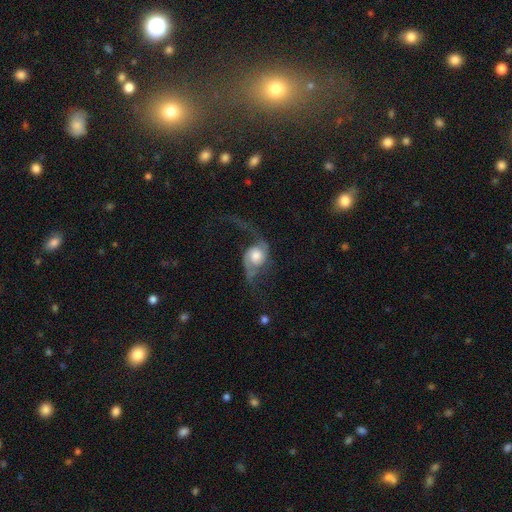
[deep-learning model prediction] smooth_or_featured: featured or disk (p=0.80) [alt: smooth p=0.14]
disk_edge_on: no (p=0.96) [alt: yes p=0.04]
bar: no (p=0.68) [alt: weak p=0.26]
has_spiral_arms: yes (p=0.94) [alt: no p=0.06]
spiral_winding: loose (p=0.74) [alt: medium p=0.20]
spiral_arm_count: 2 (p=0.88) [alt: 1 p=0.06]
bulge_size: large (p=0.41) [alt: moderate p=0.38]
merging: none (p=0.42) [alt: major disturbance p=0.37]